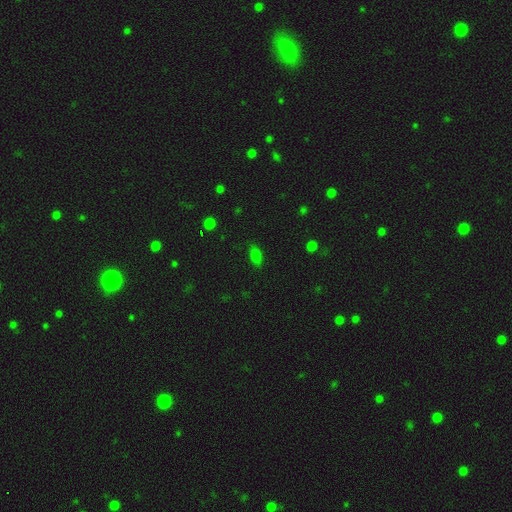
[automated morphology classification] type=smooth (72%); roundness=in between (82%); merging=none (83%).